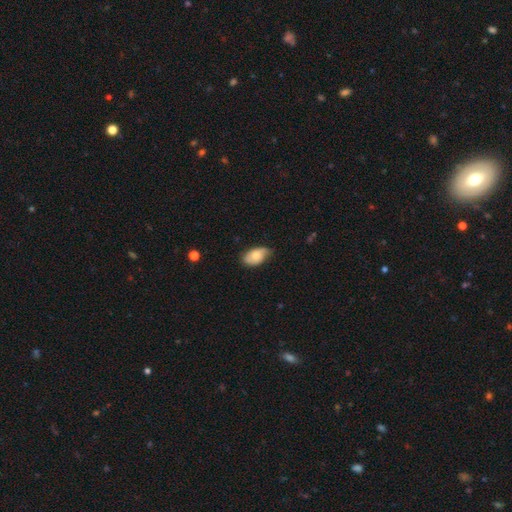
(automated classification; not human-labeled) Smooth or featured? smooth (68%)
How rounded? in between (92%)
Merging? none (60%)